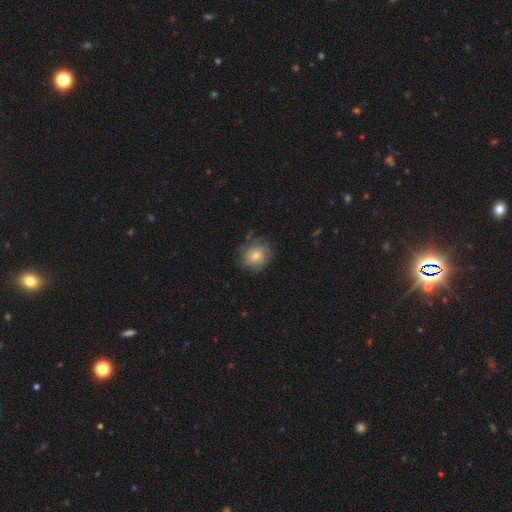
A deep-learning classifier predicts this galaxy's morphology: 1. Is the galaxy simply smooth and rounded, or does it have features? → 47% featured or disk, 45% smooth, 8% star or artifact.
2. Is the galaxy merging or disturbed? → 68% none, 21% minor disturbance, 10% major disturbance, 1% merger.